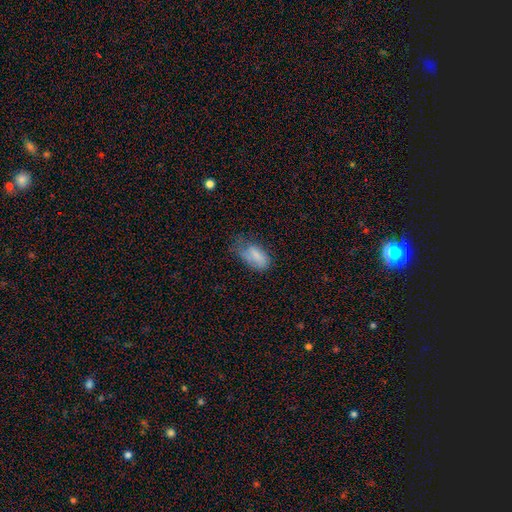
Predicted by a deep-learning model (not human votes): A smooth galaxy with no disk features (76%) that is in between round and cigar-shaped (92%).

Vote fractions:
- Smooth or featured? smooth: 76% / featured or disk: 15% / star or artifact: 9%
- How rounded? in between: 92% / cigar-shaped: 5% / round: 4%
- Merging? minor disturbance: 39% / none: 33% / major disturbance: 25% / merger: 2%